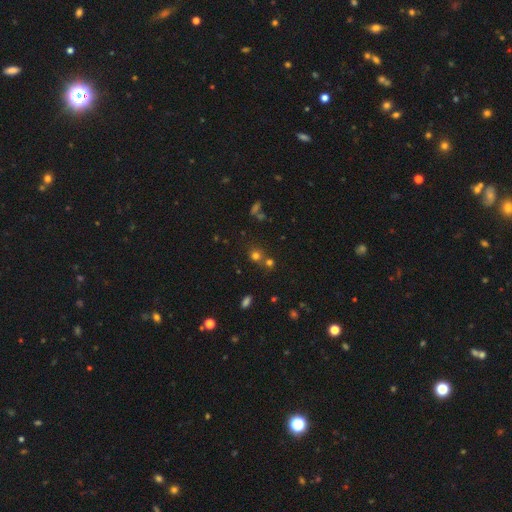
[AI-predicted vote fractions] smooth 66%, star or artifact 24%, featured or disk 10%. Down the decision tree: how rounded — round (84%); merging — none (58%).